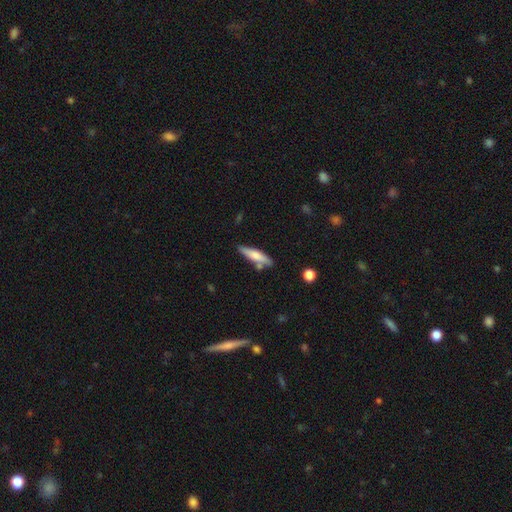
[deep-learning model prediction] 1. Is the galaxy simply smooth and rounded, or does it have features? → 65% smooth, 30% featured or disk, 6% star or artifact.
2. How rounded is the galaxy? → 77% cigar-shaped, 22% in between, 2% round.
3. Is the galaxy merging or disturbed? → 72% none, 15% minor disturbance, 9% merger, 3% major disturbance.